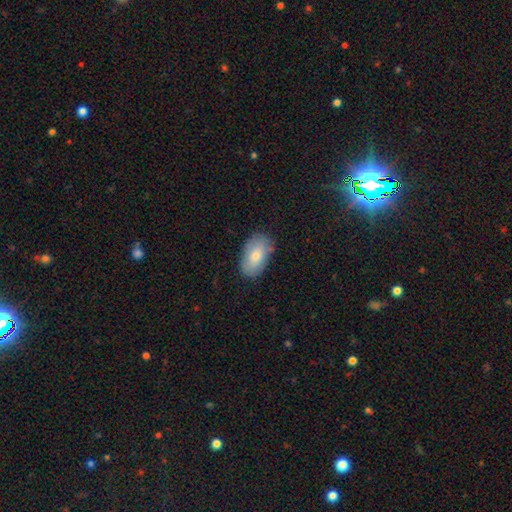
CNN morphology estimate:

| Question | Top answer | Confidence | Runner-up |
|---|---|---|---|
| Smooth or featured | smooth | 77% | featured or disk (17%) |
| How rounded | in between | 93% | round (5%) |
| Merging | none | 79% | minor disturbance (17%) |